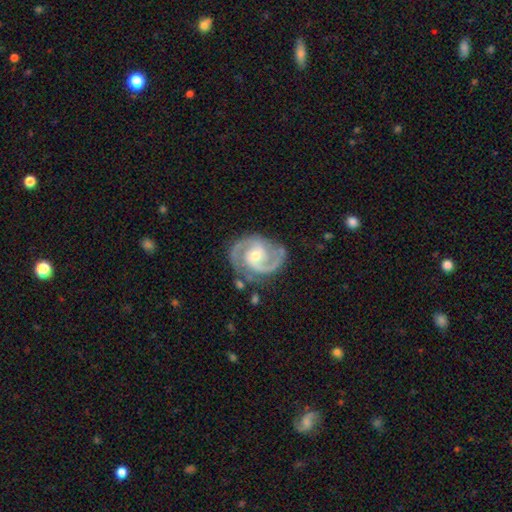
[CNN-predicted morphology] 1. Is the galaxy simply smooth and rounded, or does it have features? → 93% featured or disk, 4% star or artifact, 3% smooth.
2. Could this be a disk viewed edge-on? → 98% no, 2% yes.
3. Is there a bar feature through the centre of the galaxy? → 52% no, 36% weak, 12% strong.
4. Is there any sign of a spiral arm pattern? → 98% yes, 2% no.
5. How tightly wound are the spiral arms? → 56% medium, 35% tight, 9% loose.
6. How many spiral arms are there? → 91% 2, 3% 3, 2% can't tell, 1% 1, 1% 4, 1% more than 4.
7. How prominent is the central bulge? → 50% small, 46% moderate, 2% large, 1% none, 1% dominant.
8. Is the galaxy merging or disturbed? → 78% none, 15% minor disturbance, 5% major disturbance, 2% merger.